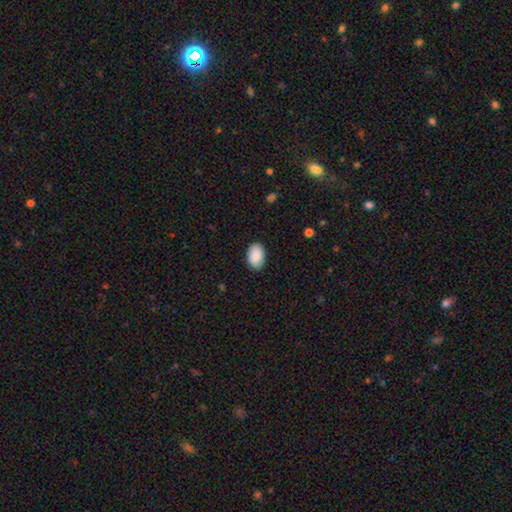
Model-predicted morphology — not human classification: A smooth galaxy with no disk features (90%) that is in between round and cigar-shaped (91%). Merging: none (87%).